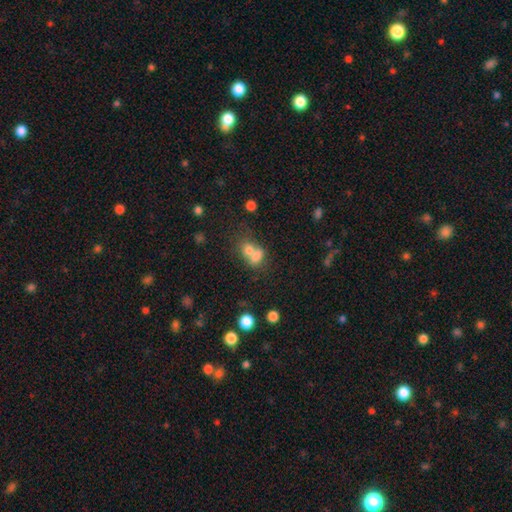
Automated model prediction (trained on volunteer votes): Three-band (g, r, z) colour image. It shows a smooth galaxy with no disk features (70%) that is in between round and cigar-shaped (59%). Merging: merger (65%).